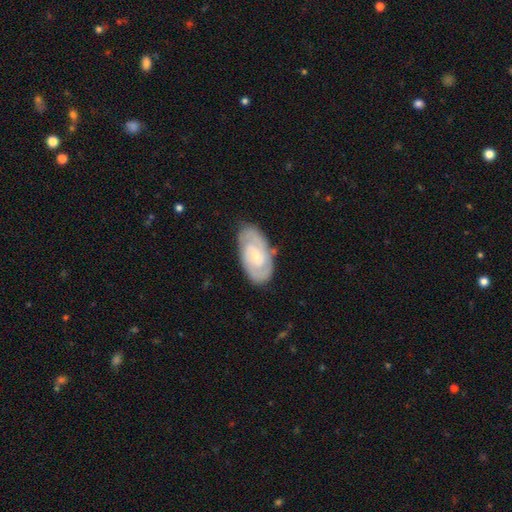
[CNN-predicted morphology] type=featured or disk (79%); edge-on=no (96%); bar=weak (45%); spiral arms=yes (95%); winding=tight (60%); arm count=2 (76%); bulge=small (69%); merging=none (79%).